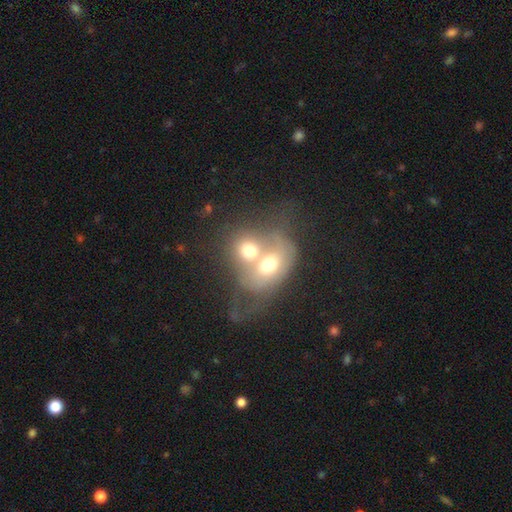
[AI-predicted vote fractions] Smooth or featured? smooth (50%)
Merging? merger (76%)